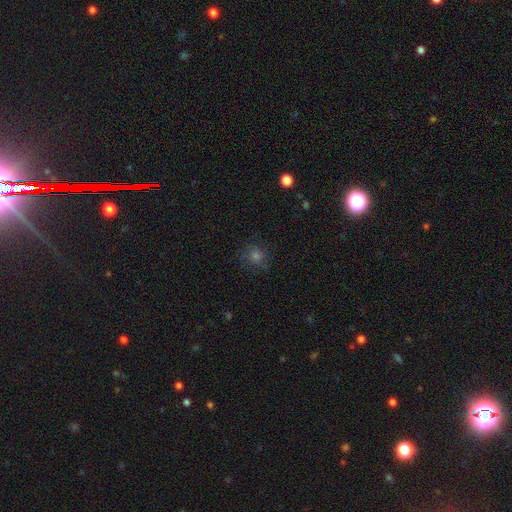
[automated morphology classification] Smooth or featured?
  - smooth: 57% *
  - star or artifact: 30%
  - featured or disk: 13%
How rounded?
  - round: 90% *
  - in between: 9%
  - cigar-shaped: 1%
Merging?
  - none: 82% *
  - minor disturbance: 12%
  - major disturbance: 5%
  - merger: 1%